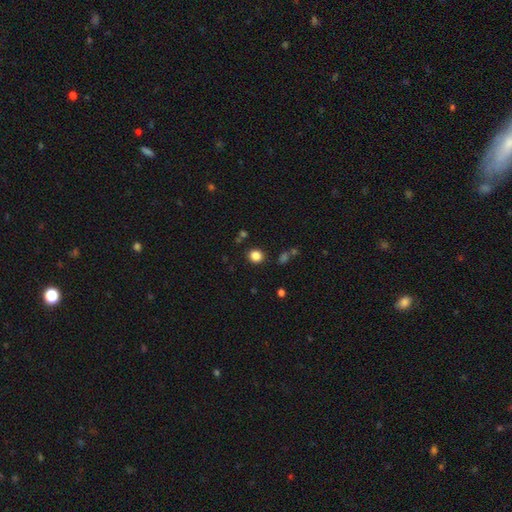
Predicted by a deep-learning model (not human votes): Smooth or featured? Predicted: smooth (p=0.84). How rounded? Predicted: round (p=0.79). Merging? Predicted: none (p=0.87).